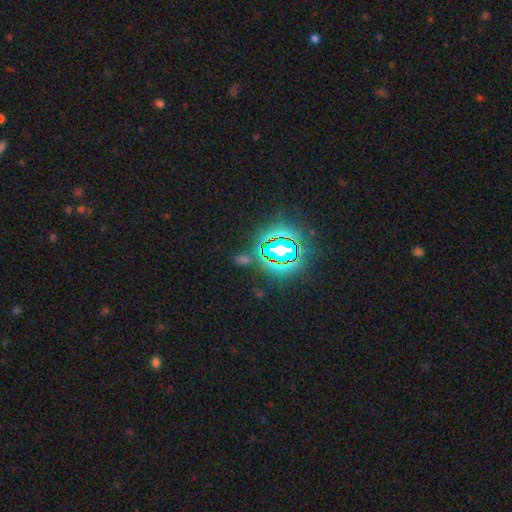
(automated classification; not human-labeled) The model was most divided on "smooth or featured": star or artifact: 83%, smooth: 11%, featured or disk: 6%.